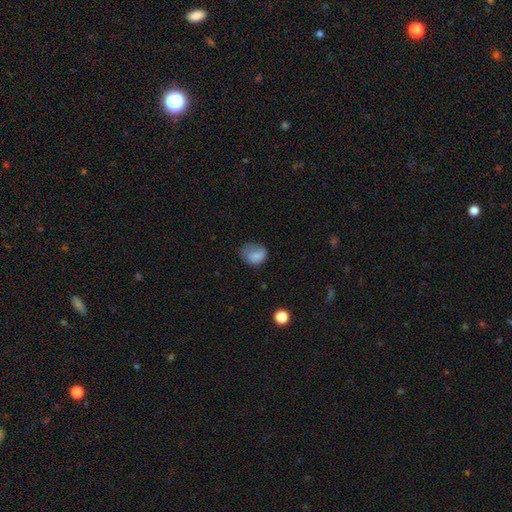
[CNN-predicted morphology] smooth-or-featured: smooth: 80% | featured or disk: 10% | star or artifact: 10%
  how-rounded: in between: 51% | round: 48% | cigar-shaped: 1%
  merging: none: 47% | minor disturbance: 33% | major disturbance: 18% | merger: 2%